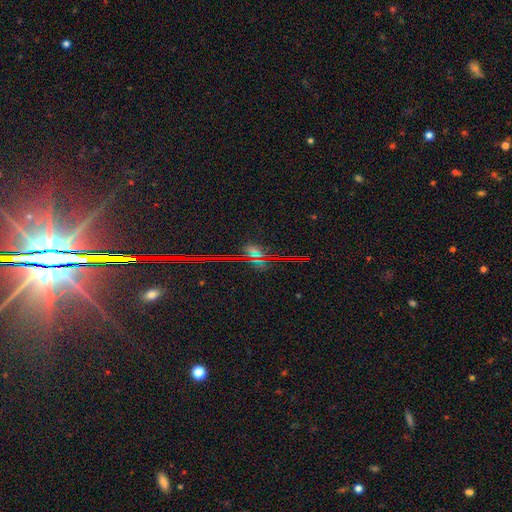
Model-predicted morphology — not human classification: A star or artifact, not a galaxy (67%).

Vote fractions:
- Smooth or featured? star or artifact: 67% / smooth: 20% / featured or disk: 12%